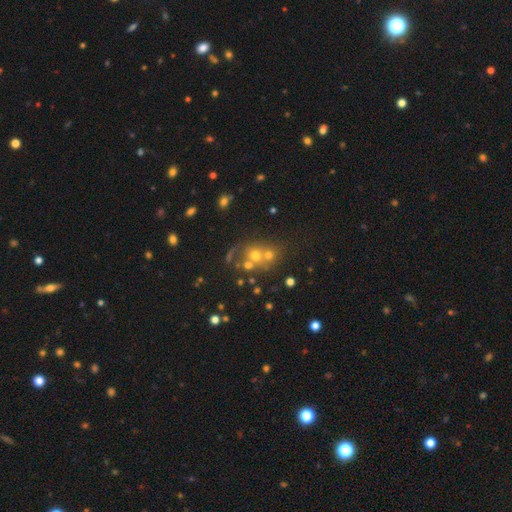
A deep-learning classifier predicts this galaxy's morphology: Q: Smooth or featured?
A: smooth (52%); runner-up: featured or disk (26%)
Q: How rounded?
A: round (74%); runner-up: in between (24%)
Q: Merging?
A: merger (48%); runner-up: none (37%)